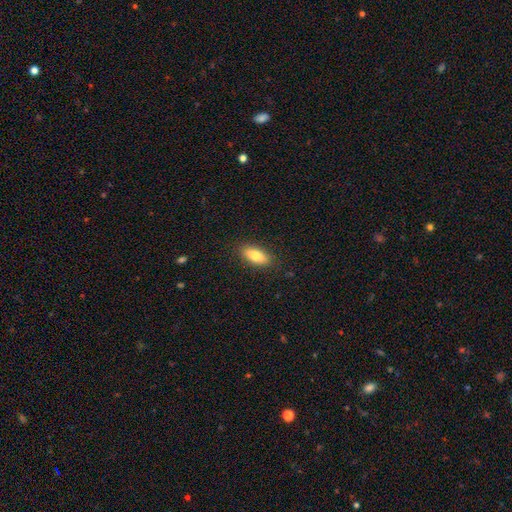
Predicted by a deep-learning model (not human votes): A smooth galaxy with no disk features (77%) that is in between round and cigar-shaped (80%). Merging: none (88%).